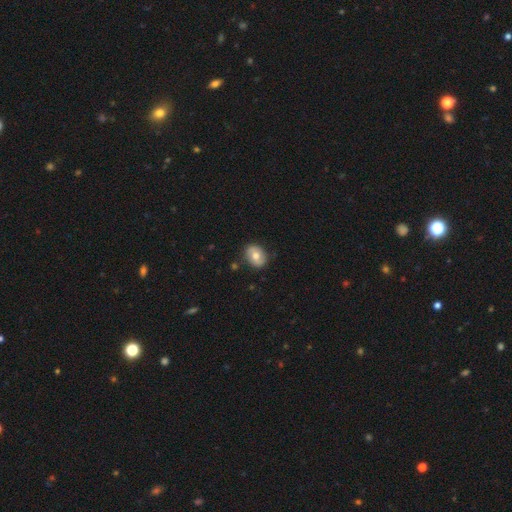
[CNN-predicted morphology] smooth_or_featured: smooth (p=0.65) [alt: featured or disk p=0.28]
how_rounded: in between (p=0.53) [alt: round p=0.46]
merging: none (p=0.81) [alt: minor disturbance p=0.14]